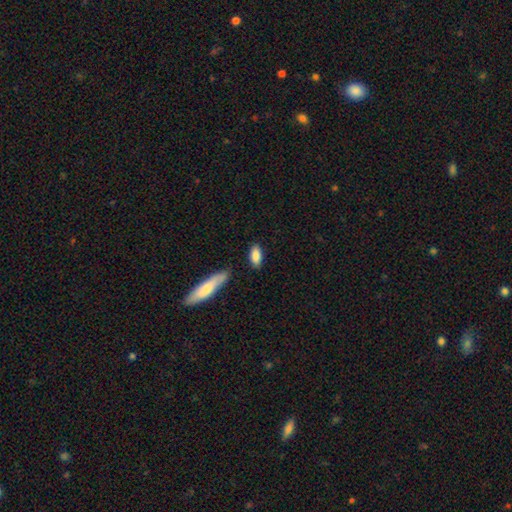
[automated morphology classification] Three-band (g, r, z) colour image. It shows a smooth galaxy with no disk features (86%) that is in between round and cigar-shaped (82%). Merging: none (80%).